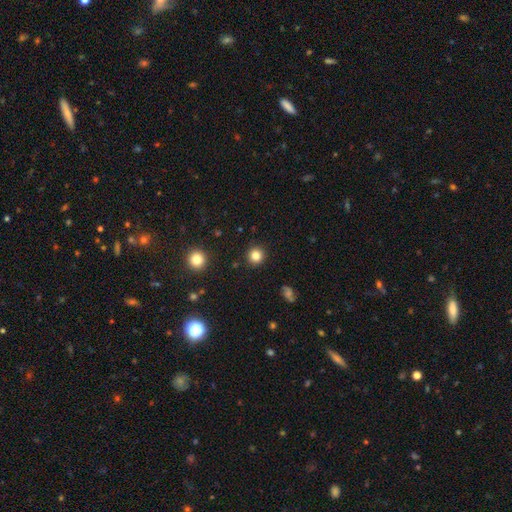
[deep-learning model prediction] Smooth or featured? Predicted: smooth (p=0.82). How rounded? Predicted: round (p=0.94). Merging? Predicted: none (p=0.92).